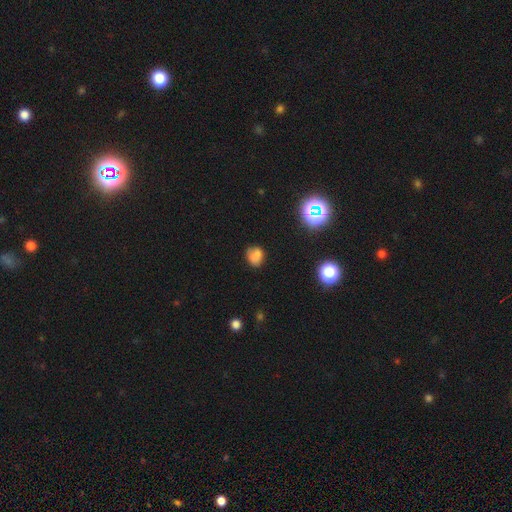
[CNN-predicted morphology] Overall: smooth (67%). How rounded: round (59%; in between 39%). Merging: none (51%; merger 25%).